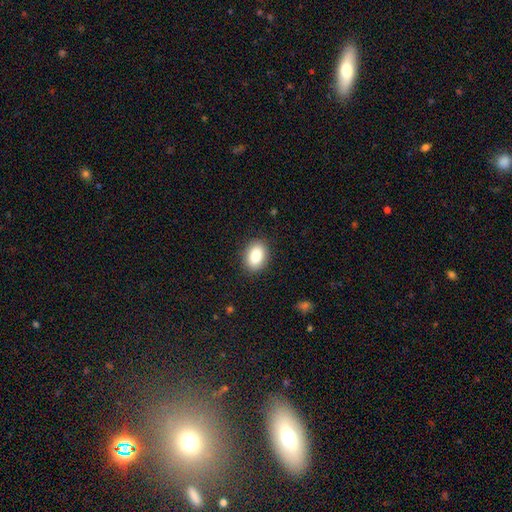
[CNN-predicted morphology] This appears to be a smooth galaxy with no disk features (84%) that is in between round and cigar-shaped (77%). Merging: none (88%).